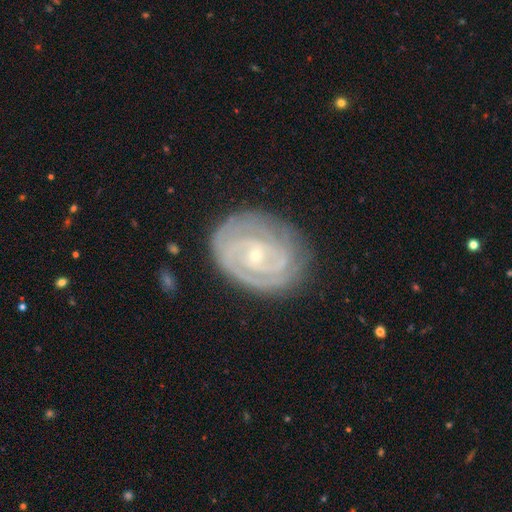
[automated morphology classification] featured or disk 86%, smooth 8%, star or artifact 5%. Down the decision tree: edge-on disk — no (97%); bar — no (62%); spiral arms — yes (96%); spiral arm count — 2 (44%); spiral winding — tight (80%); bulge size — small (79%); merging — none (79%).